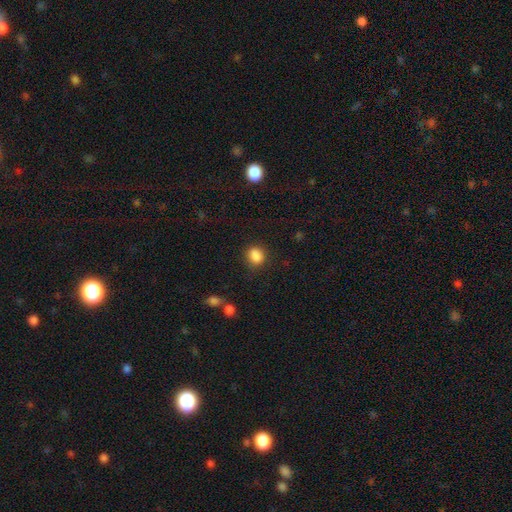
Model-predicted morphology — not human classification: Overall: smooth (86%). How rounded: round (55%; in between 44%). Merging: none (78%).